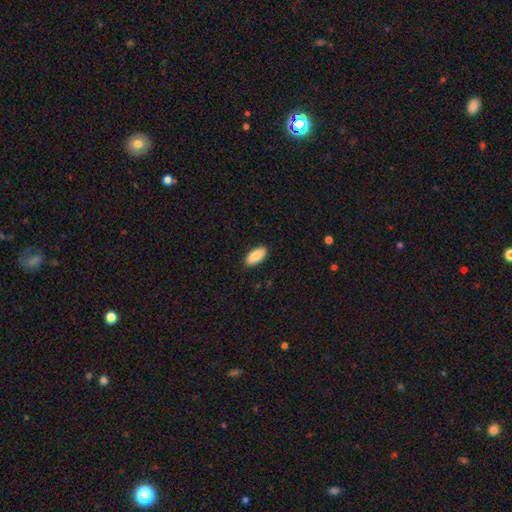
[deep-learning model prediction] Smooth or featured: smooth — 90% (star or artifact — 6%)
How rounded: in between — 92% (cigar-shaped — 6%)
Merging: none — 89% (minor disturbance — 8%)